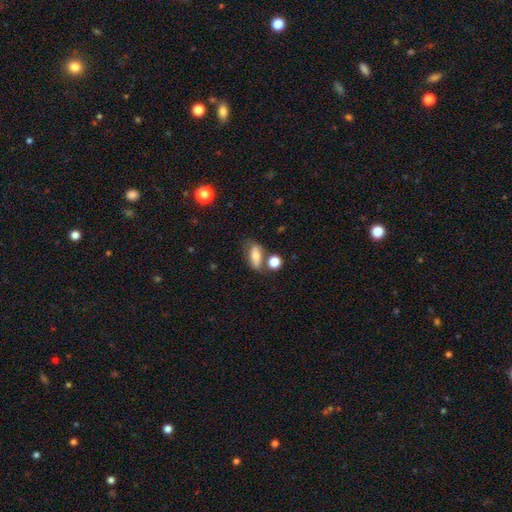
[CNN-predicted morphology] This appears to be a smooth galaxy with no disk features (72%) that is in between round and cigar-shaped (73%). Merging: none (52%).